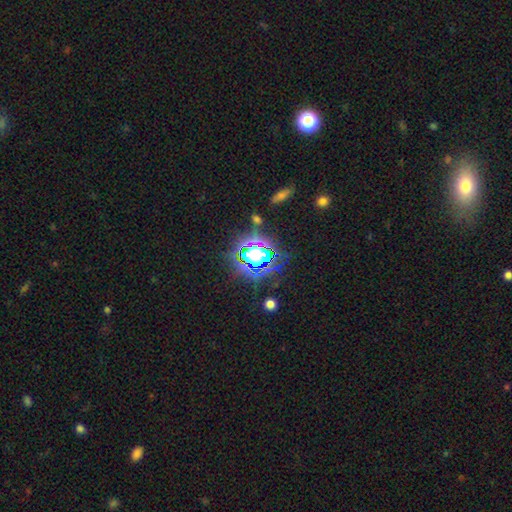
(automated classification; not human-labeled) Smooth or featured? Predicted: star or artifact (p=0.67).